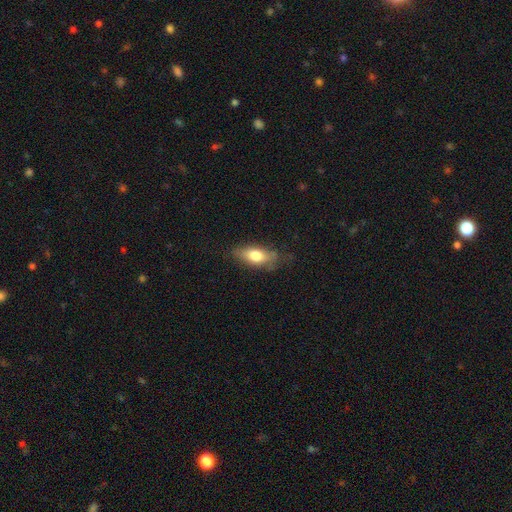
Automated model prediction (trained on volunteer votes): Smooth or featured? Predicted: smooth (p=0.71). How rounded? Predicted: in between (p=0.78). Merging? Predicted: none (p=0.67).